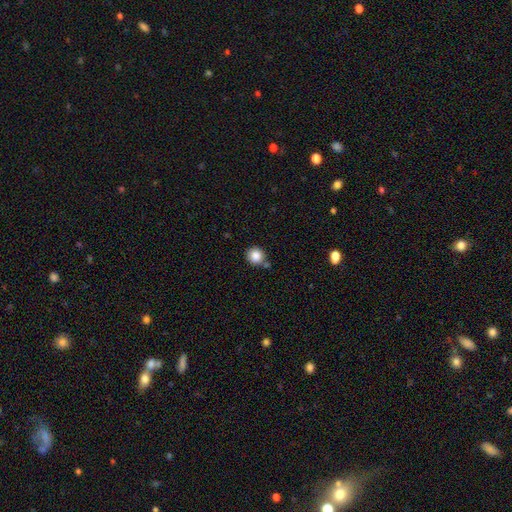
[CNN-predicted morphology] Smooth or featured? smooth (86%)
How rounded? round (93%)
Merging? none (75%)